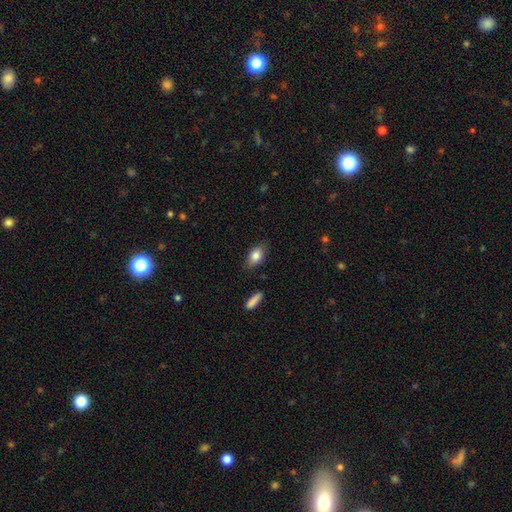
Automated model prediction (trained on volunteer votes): The model was most divided on "merging": none: 80%, minor disturbance: 15%, major disturbance: 3%, merger: 2%. More confident: how rounded — in between (85%); smooth or featured — smooth (81%).